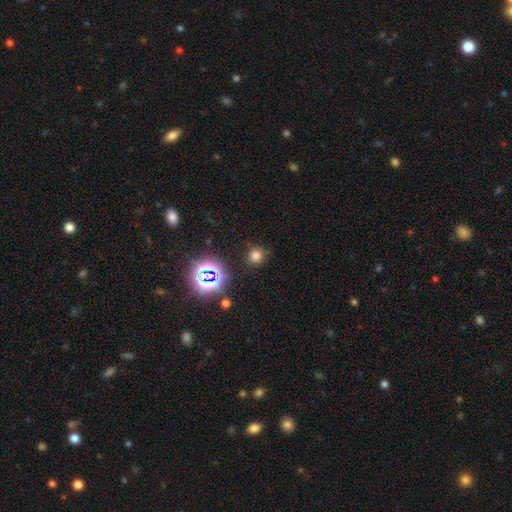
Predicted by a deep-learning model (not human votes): Overall: smooth (68%). How rounded: round (88%). Merging: none (84%).